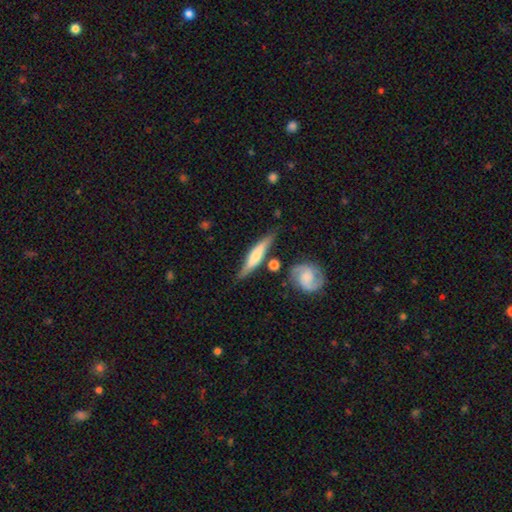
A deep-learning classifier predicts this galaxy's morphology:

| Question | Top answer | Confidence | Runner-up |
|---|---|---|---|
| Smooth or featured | featured or disk | 49% | smooth (45%) |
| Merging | none | 70% | minor disturbance (17%) |